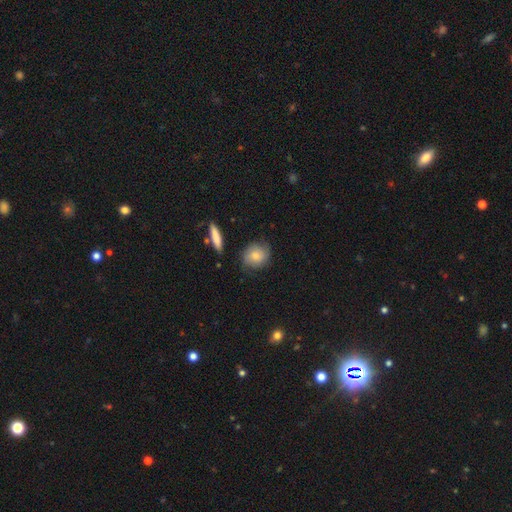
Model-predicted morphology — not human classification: The model was most divided on "smooth or featured": smooth: 65%, featured or disk: 27%, star or artifact: 8%. More confident: merging — none (74%); how rounded — round (72%).